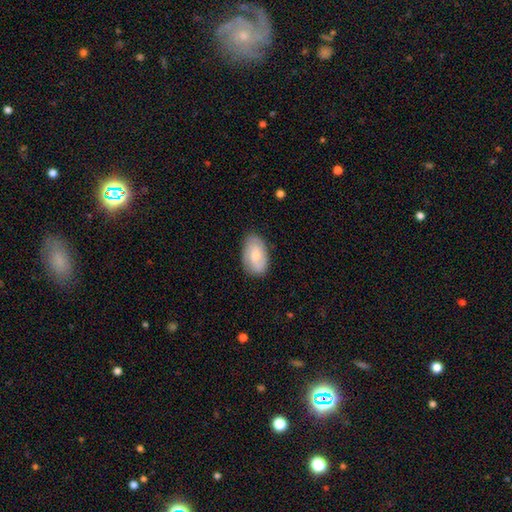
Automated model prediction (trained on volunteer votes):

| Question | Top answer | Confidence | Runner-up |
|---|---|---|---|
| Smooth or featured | smooth | 56% | featured or disk (38%) |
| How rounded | in between | 92% | round (6%) |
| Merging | none | 78% | minor disturbance (17%) |